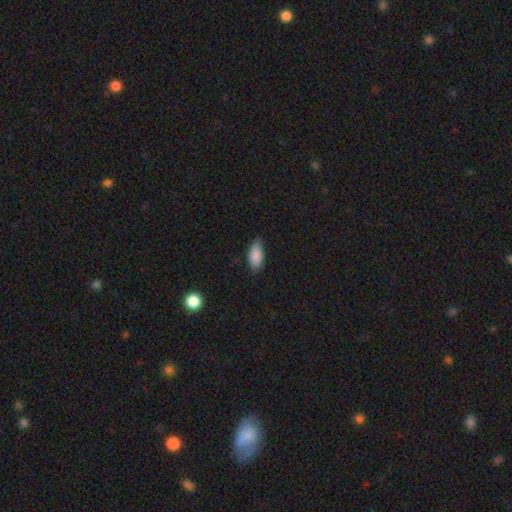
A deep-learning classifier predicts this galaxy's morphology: Smooth or featured? Predicted: smooth (p=0.89). How rounded? Predicted: in between (p=0.91). Merging? Predicted: none (p=0.78).